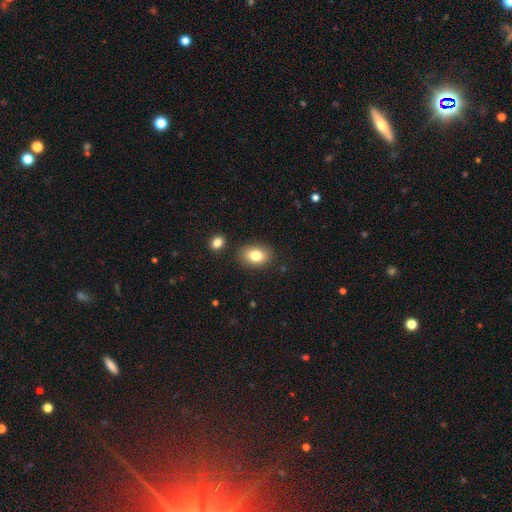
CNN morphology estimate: The model was most divided on "how rounded": in between: 77%, round: 22%, cigar-shaped: 1%. More confident: merging — none (85%); smooth or featured — smooth (81%).